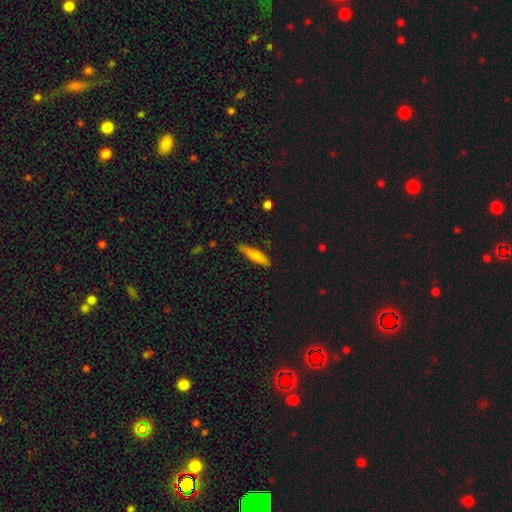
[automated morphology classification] A smooth galaxy with no disk features (72%) that is cigar-shaped (87%). Merging: none (84%).